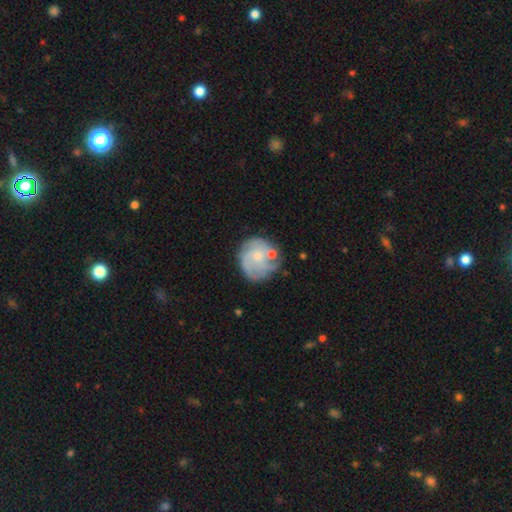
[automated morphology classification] Smooth or featured: featured or disk — 66% (smooth — 27%)
Edge-on disk: no — 98% (yes — 2%)
Bar: no — 77% (weak — 20%)
Spiral arms: yes — 82% (no — 18%)
Spiral winding: tight — 49% (medium — 36%)
Spiral arm count: can't tell — 33% (3 — 29%)
Bulge size: small — 59% (moderate — 31%)
Merging: none — 62% (minor disturbance — 20%)